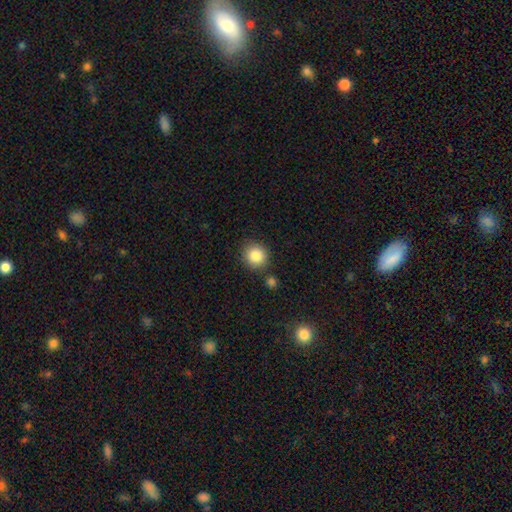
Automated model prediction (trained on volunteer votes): Smooth or featured? Predicted: smooth (p=0.86). How rounded? Predicted: round (p=0.88). Merging? Predicted: none (p=0.82).